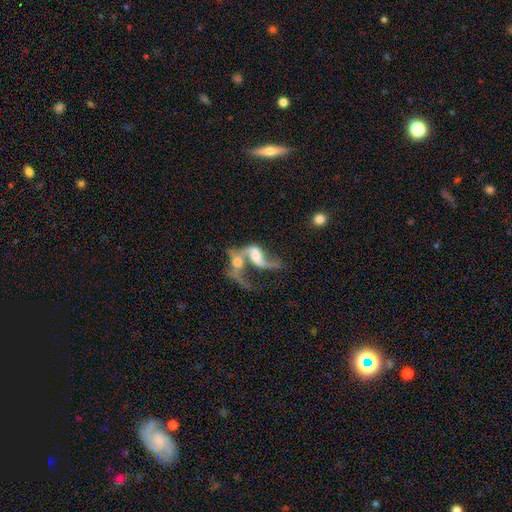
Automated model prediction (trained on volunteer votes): Smooth or featured? Predicted: featured or disk (p=0.76). Edge-on disk? Predicted: no (p=0.95). Bar? Predicted: no (p=0.46). Spiral arms? Predicted: yes (p=0.84). Spiral winding? Predicted: loose (p=0.83). Spiral arm count? Predicted: 2 (p=0.75). Bulge size? Predicted: moderate (p=0.43). Merging? Predicted: merger (p=0.68).